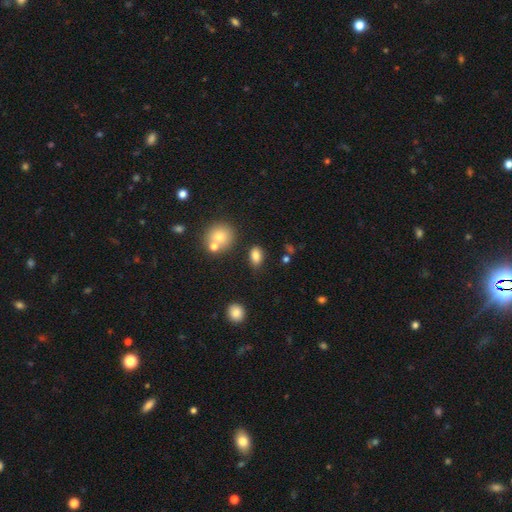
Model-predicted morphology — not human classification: type=smooth (82%); roundness=in between (86%); merging=none (77%).